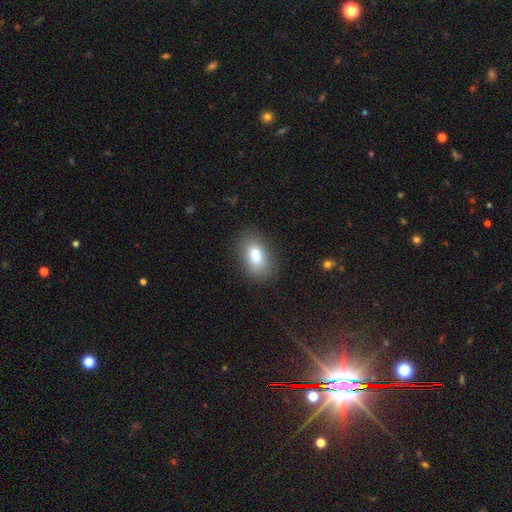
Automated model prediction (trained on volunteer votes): The model was most divided on "merging": none: 80%, minor disturbance: 14%, major disturbance: 4%, merger: 2%. More confident: how rounded — in between (89%); smooth or featured — smooth (81%).